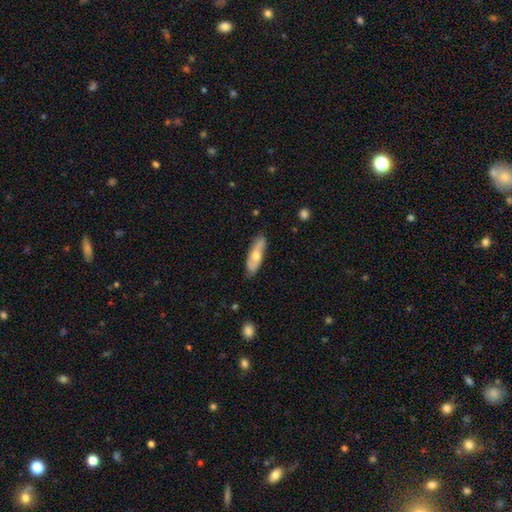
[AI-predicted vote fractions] Smooth or featured? Predicted: smooth (p=0.53). How rounded? Predicted: cigar-shaped (p=0.51). Merging? Predicted: none (p=0.83).